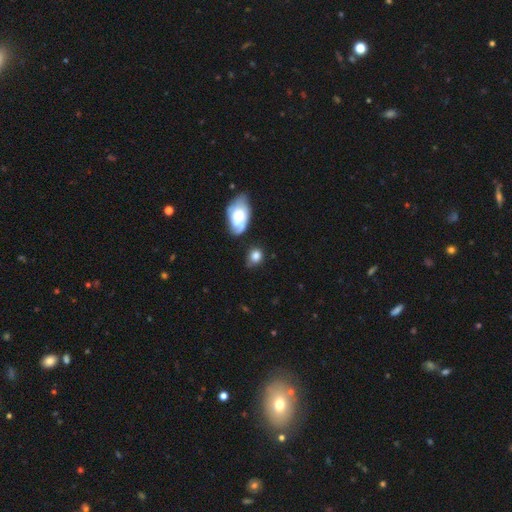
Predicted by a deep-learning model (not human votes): The model was most divided on "how rounded": round: 58%, in between: 40%, cigar-shaped: 2%. More confident: smooth or featured — smooth (78%); merging — none (59%).